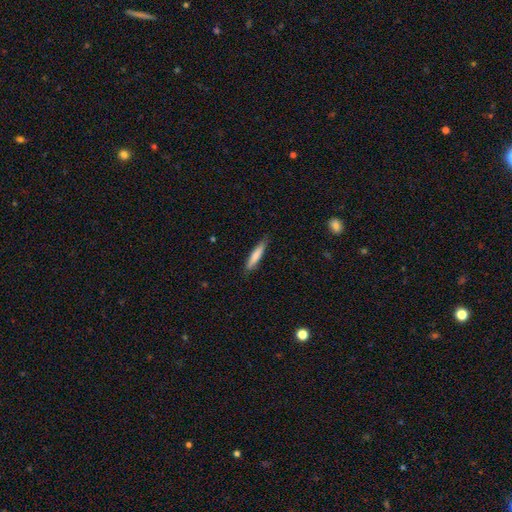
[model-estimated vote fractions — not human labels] Morphology: type=smooth (77%); roundness=cigar-shaped (89%); merging=none (83%).